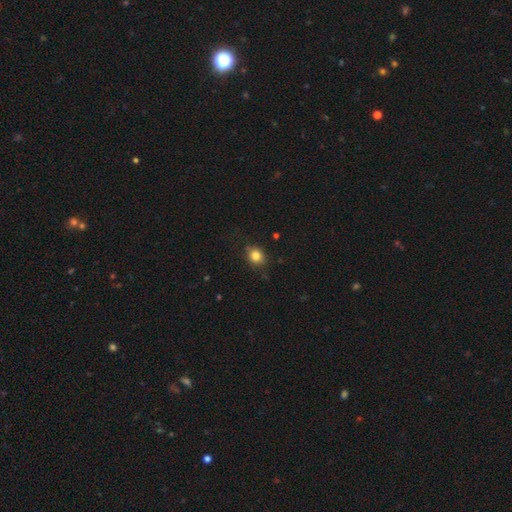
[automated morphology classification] Q: Smooth or featured?
A: smooth (82%); runner-up: star or artifact (11%)
Q: How rounded?
A: round (64%); runner-up: in between (35%)
Q: Merging?
A: none (79%); runner-up: minor disturbance (16%)